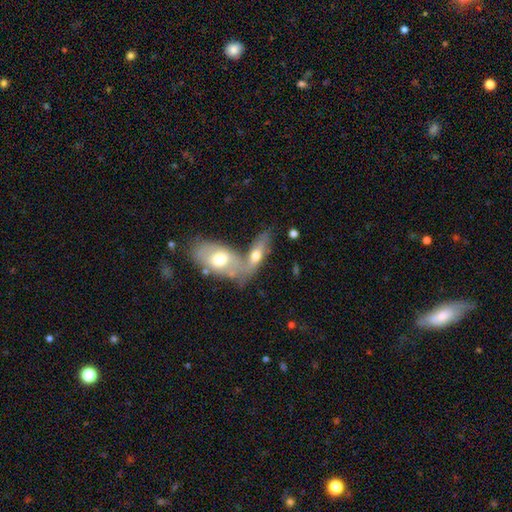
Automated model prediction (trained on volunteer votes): This is possibly a smooth galaxy (51%). How rounded: likely in between (70%). Merging: possibly merger (57%).